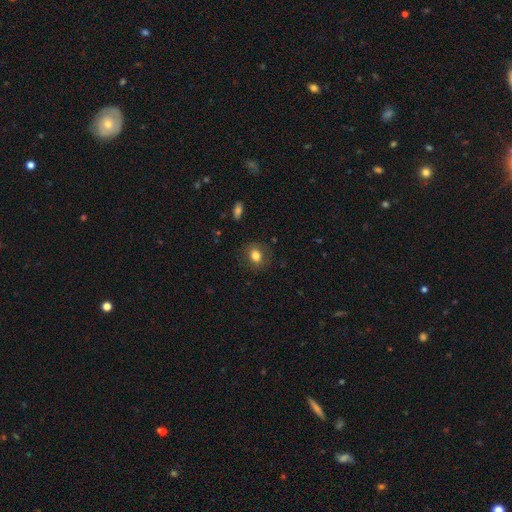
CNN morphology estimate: Smooth or featured? smooth (80%)
How rounded? round (63%)
Merging? none (83%)